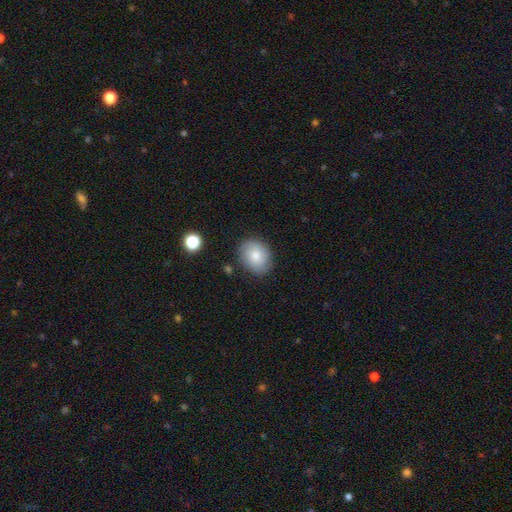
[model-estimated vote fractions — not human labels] Morphology: type=smooth (73%); roundness=round (51%); merging=none (81%).